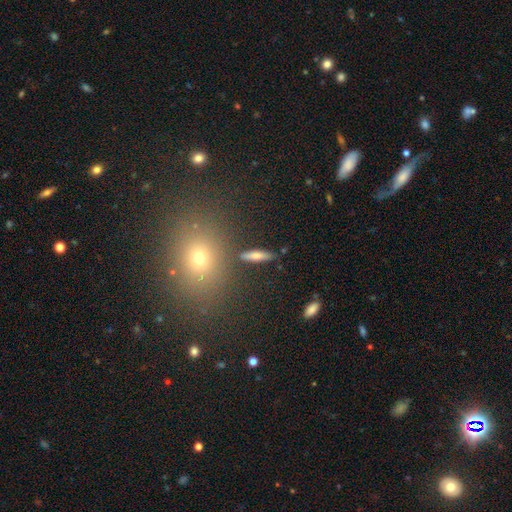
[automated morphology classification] Overall: smooth (67%). How rounded: cigar-shaped (67%). Merging: none (84%).